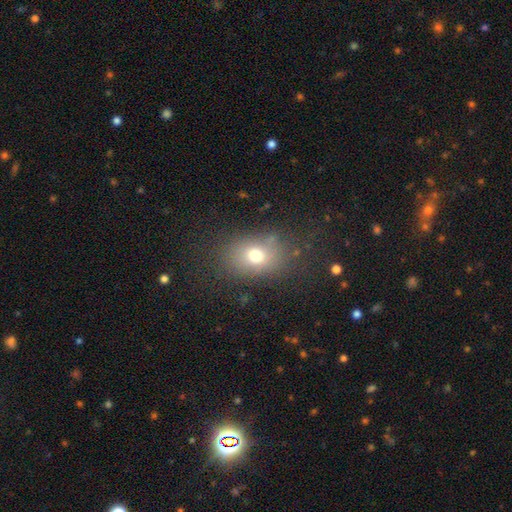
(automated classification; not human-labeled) smooth_or_featured: smooth (p=0.71) [alt: star or artifact p=0.15]
how_rounded: in between (p=0.61) [alt: round p=0.38]
merging: none (p=0.74) [alt: minor disturbance p=0.15]